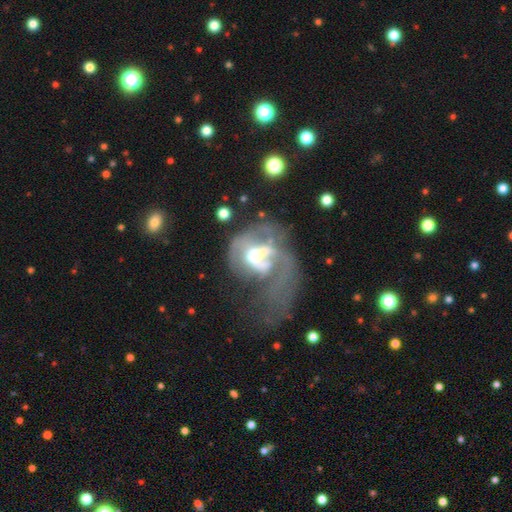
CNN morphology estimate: smooth_or_featured: featured or disk (p=0.71) [alt: smooth p=0.20]
disk_edge_on: no (p=0.97) [alt: yes p=0.03]
bar: no (p=0.57) [alt: weak p=0.31]
has_spiral_arms: yes (p=0.64) [alt: no p=0.36]
bulge_size: moderate (p=0.58) [alt: small p=0.18]
merging: major disturbance (p=0.53) [alt: merger p=0.23]